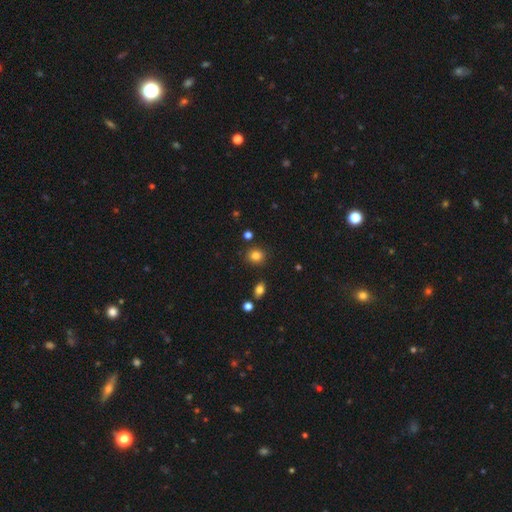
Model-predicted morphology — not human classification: Overall: smooth (83%). How rounded: round (76%). Merging: none (85%).